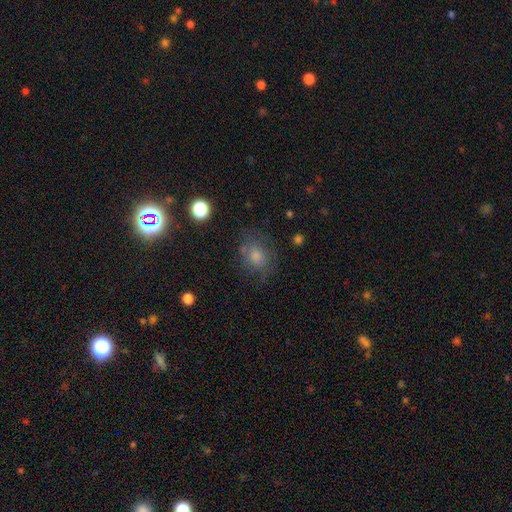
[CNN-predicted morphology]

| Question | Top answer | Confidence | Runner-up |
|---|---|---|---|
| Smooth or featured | smooth | 55% | star or artifact (27%) |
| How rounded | round | 61% | in between (37%) |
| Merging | none | 73% | minor disturbance (17%) |